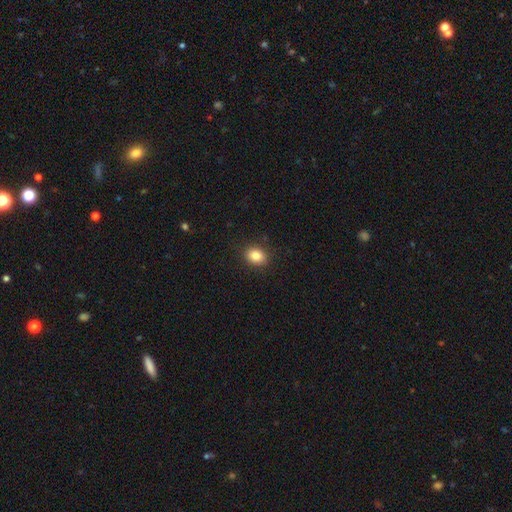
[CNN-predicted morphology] A smooth galaxy with no disk features (84%) that is round (50%).

Vote fractions:
- Smooth or featured? smooth: 84% / star or artifact: 10% / featured or disk: 6%
- How rounded? round: 50% / in between: 49% / cigar-shaped: 1%
- Merging? none: 89% / minor disturbance: 8% / major disturbance: 2% / merger: 1%